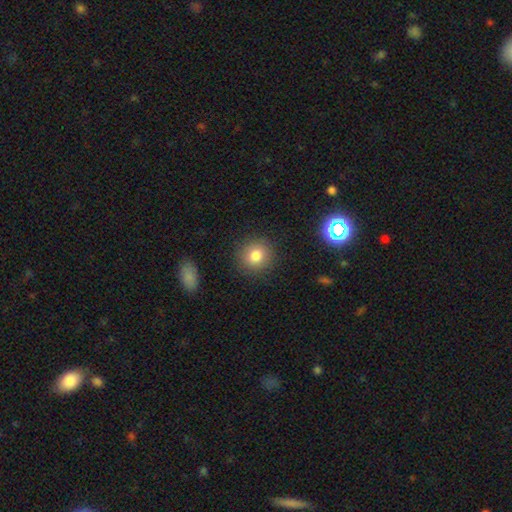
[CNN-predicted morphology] smooth_or_featured: smooth (p=0.81) [alt: star or artifact p=0.11]
how_rounded: round (p=0.89) [alt: in between p=0.10]
merging: none (p=0.88) [alt: minor disturbance p=0.08]